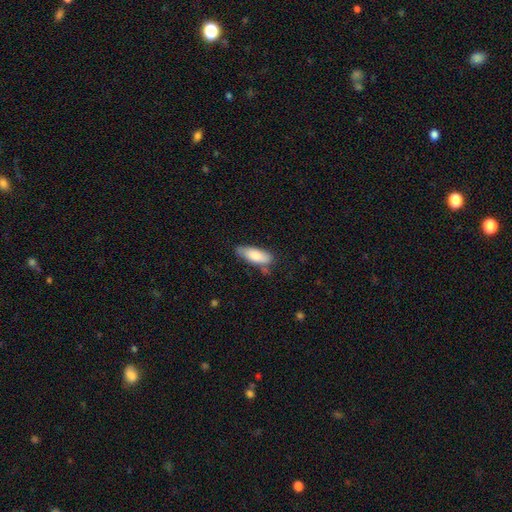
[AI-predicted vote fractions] This appears to be a smooth galaxy with no disk features (82%) that is in between round and cigar-shaped (69%). Merging: none (67%).